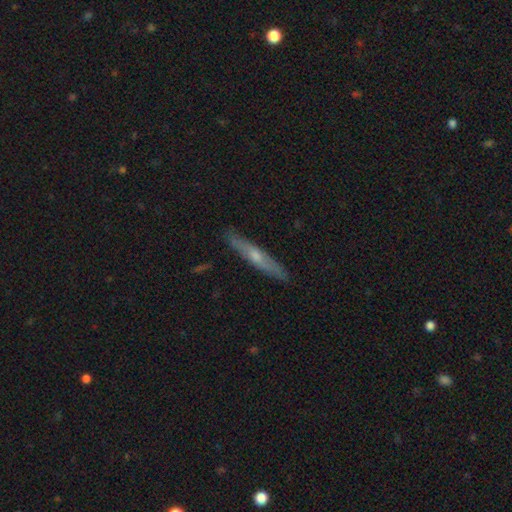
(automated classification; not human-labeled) Smooth or featured?
  - featured or disk: 56% *
  - smooth: 37%
  - star or artifact: 6%
Edge-on disk?
  - yes: 91% *
  - no: 9%
Edge-on bulge?
  - rounded: 77% *
  - none: 20%
  - boxy: 4%
Merging?
  - none: 89% *
  - minor disturbance: 8%
  - major disturbance: 2%
  - merger: 1%